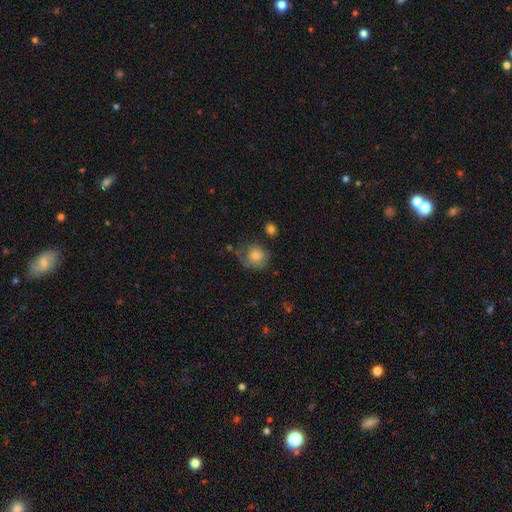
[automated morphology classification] This appears to be a smooth galaxy with no disk features (75%) that is round (70%). Merging: none (43%).